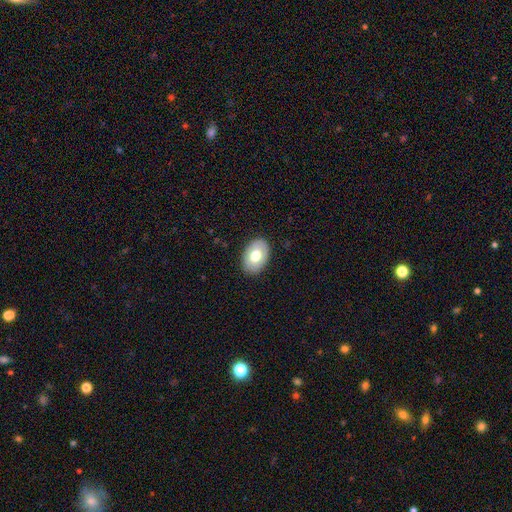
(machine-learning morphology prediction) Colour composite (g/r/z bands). It shows a smooth galaxy with no disk features (66%) that is in between round and cigar-shaped (84%). Merging: none (86%).